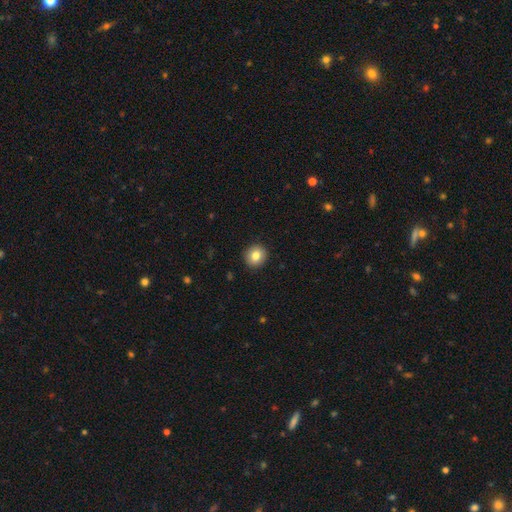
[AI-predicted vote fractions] Overall: smooth (82%). How rounded: round (89%). Merging: none (92%).